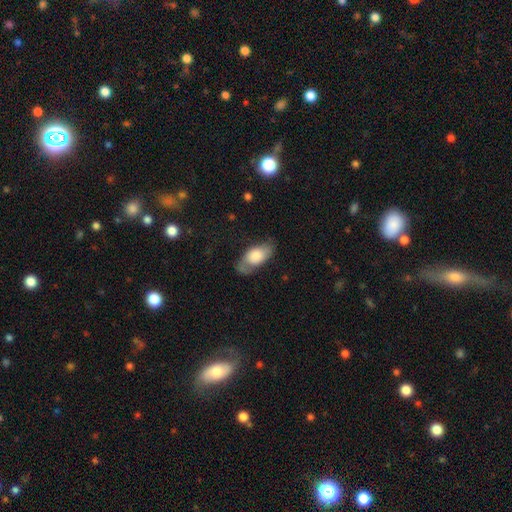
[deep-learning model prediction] The model was most divided on "merging": none: 55%, minor disturbance: 28%, major disturbance: 14%, merger: 2%. More confident: how rounded — in between (90%); smooth or featured — smooth (65%).